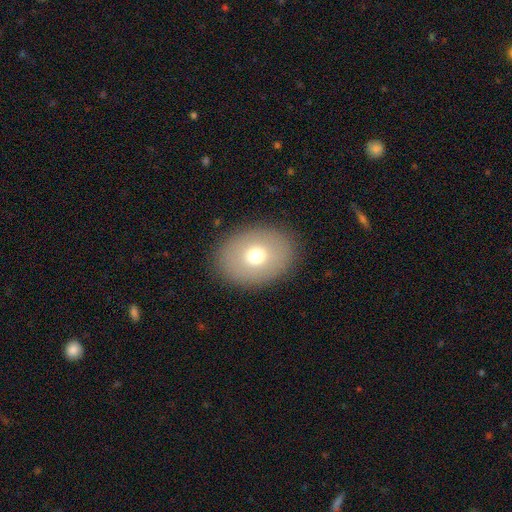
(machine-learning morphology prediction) smooth-or-featured: smooth: 70% | featured or disk: 20% | star or artifact: 10%
  how-rounded: in between: 61% | round: 38% | cigar-shaped: 1%
  merging: none: 88% | minor disturbance: 7% | major disturbance: 3% | merger: 1%